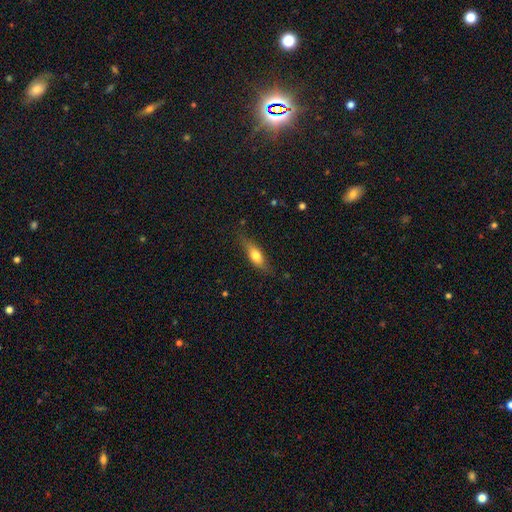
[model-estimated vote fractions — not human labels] Smooth or featured: smooth — 64% (featured or disk — 29%)
How rounded: in between — 58% (cigar-shaped — 38%)
Merging: none — 74% (minor disturbance — 20%)